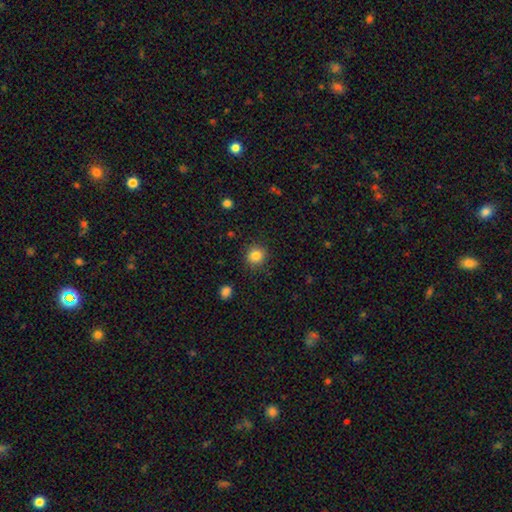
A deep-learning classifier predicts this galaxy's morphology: Smooth or featured? smooth (84%)
How rounded? round (90%)
Merging? none (90%)